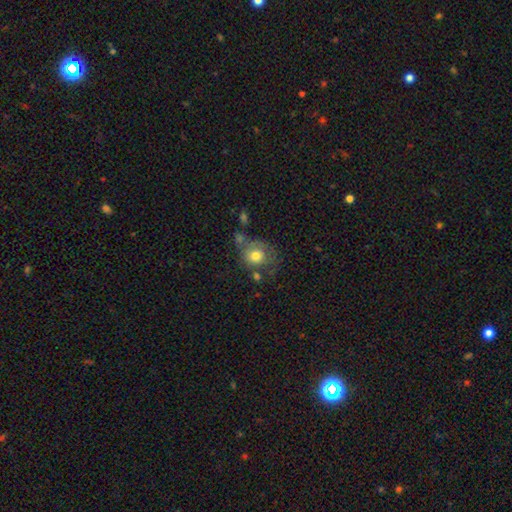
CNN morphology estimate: smooth 70%, featured or disk 22%, star or artifact 9%. Down the decision tree: how rounded — round (72%); merging — none (44%).